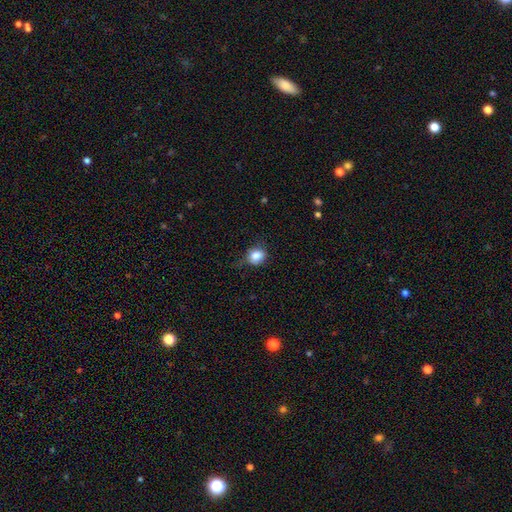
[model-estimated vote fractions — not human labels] Smooth or featured? smooth (83%)
How rounded? round (68%)
Merging? none (62%)